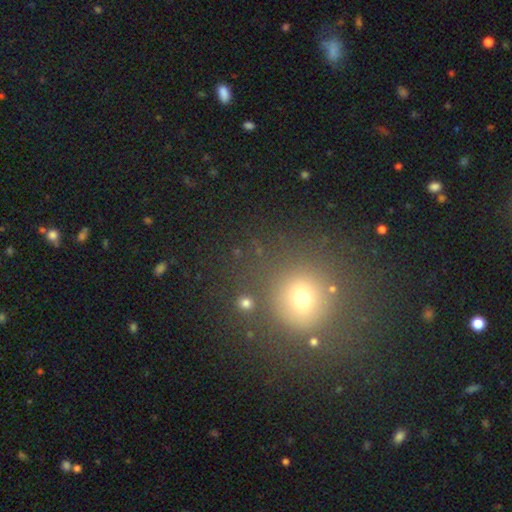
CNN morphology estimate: Smooth or featured? Predicted: smooth (p=0.60). How rounded? Predicted: round (p=0.90). Merging? Predicted: none (p=0.83).